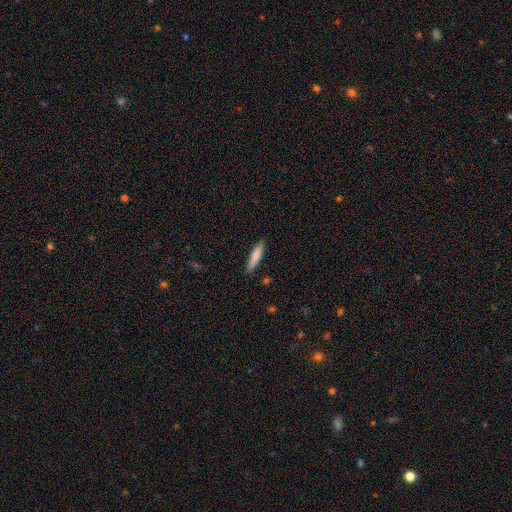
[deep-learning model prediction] Q: Smooth or featured?
A: smooth (74%); runner-up: featured or disk (21%)
Q: How rounded?
A: cigar-shaped (85%); runner-up: in between (14%)
Q: Merging?
A: none (88%); runner-up: minor disturbance (9%)